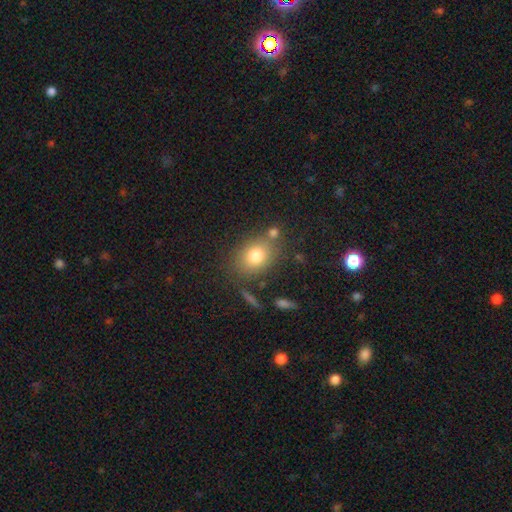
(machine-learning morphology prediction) This is likely a smooth galaxy (79%). How rounded: likely in between (60%). Merging: likely none (71%).